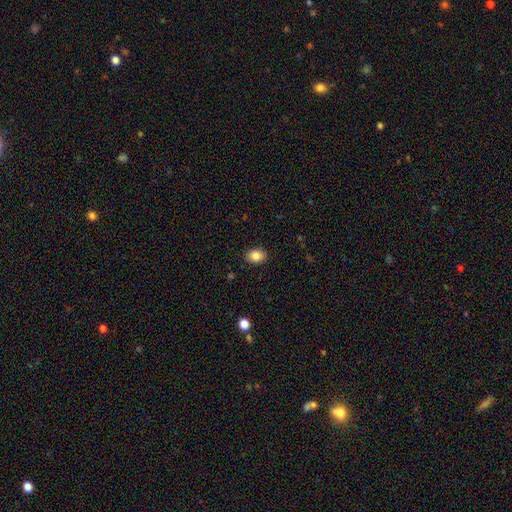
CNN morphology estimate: smooth 86%, star or artifact 9%, featured or disk 6%. Down the decision tree: how rounded — in between (71%); merging — none (88%).